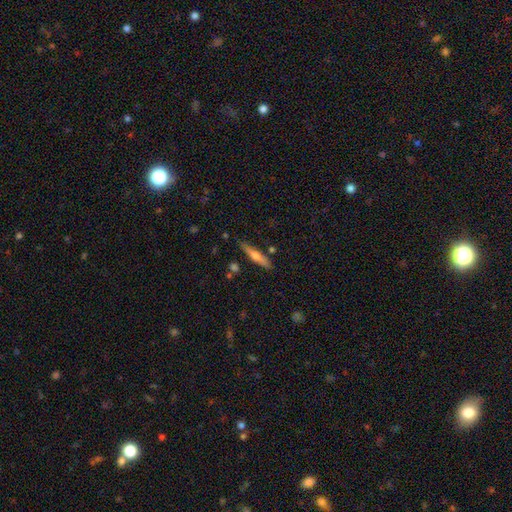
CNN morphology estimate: A smooth galaxy with no disk features (47%).

Vote fractions:
- Smooth or featured? smooth: 47% / featured or disk: 46% / star or artifact: 7%
- Merging? none: 82% / minor disturbance: 12% / merger: 4% / major disturbance: 2%